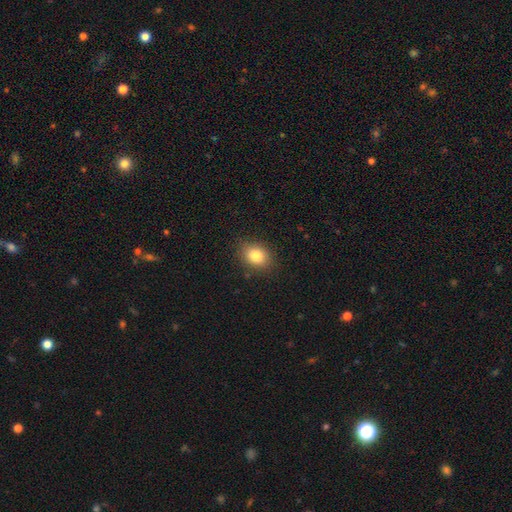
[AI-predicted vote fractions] Smooth or featured? smooth (84%)
How rounded? in between (69%)
Merging? none (86%)